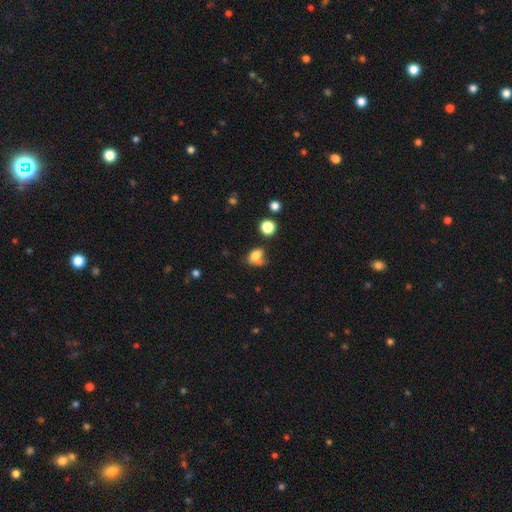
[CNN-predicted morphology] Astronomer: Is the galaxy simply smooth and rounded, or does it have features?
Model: smooth — 73%.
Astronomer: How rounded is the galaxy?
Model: in between — 68%.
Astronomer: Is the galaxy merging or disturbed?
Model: none — 37% (runner-up: minor disturbance, 29%).